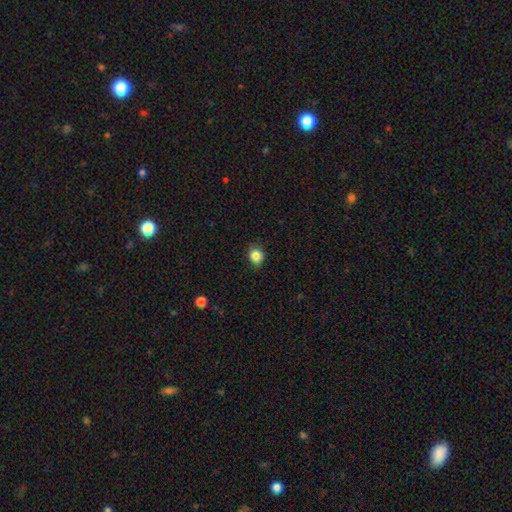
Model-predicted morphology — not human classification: type=smooth (85%); roundness=round (73%); merging=none (82%).